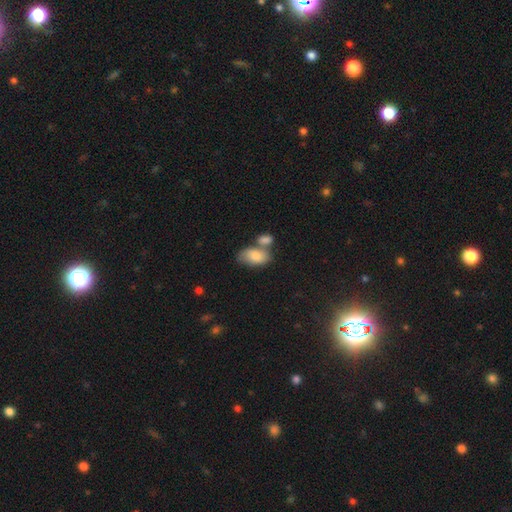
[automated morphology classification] A smooth galaxy with no disk features (82%) that is in between round and cigar-shaped (92%).

Vote fractions:
- Smooth or featured? smooth: 82% / featured or disk: 12% / star or artifact: 6%
- How rounded? in between: 92% / round: 6% / cigar-shaped: 2%
- Merging? merger: 46% / none: 35% / minor disturbance: 13% / major disturbance: 5%